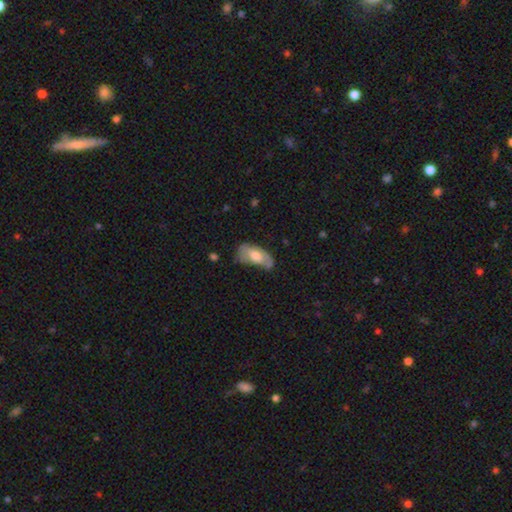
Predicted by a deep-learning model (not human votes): smooth-or-featured: smooth: 51% | featured or disk: 43% | star or artifact: 6%
  how-rounded: in between: 90% | cigar-shaped: 6% | round: 3%
  merging: none: 43% | minor disturbance: 35% | major disturbance: 19% | merger: 4%